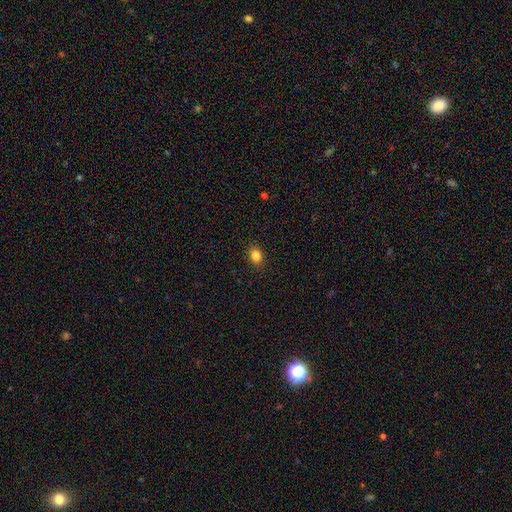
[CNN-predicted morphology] Smooth or featured: smooth — 84% (star or artifact — 11%)
How rounded: in between — 57% (round — 42%)
Merging: none — 89% (minor disturbance — 8%)